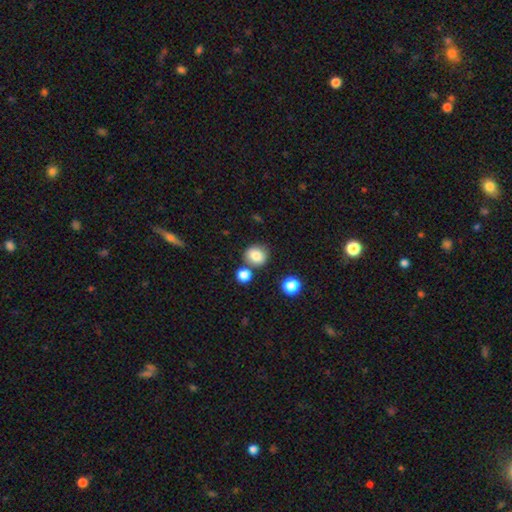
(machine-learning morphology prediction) Smooth or featured?
  - smooth: 83% *
  - star or artifact: 10%
  - featured or disk: 7%
How rounded?
  - round: 77% *
  - in between: 22%
  - cigar-shaped: 1%
Merging?
  - none: 73% *
  - merger: 12%
  - minor disturbance: 11%
  - major disturbance: 3%